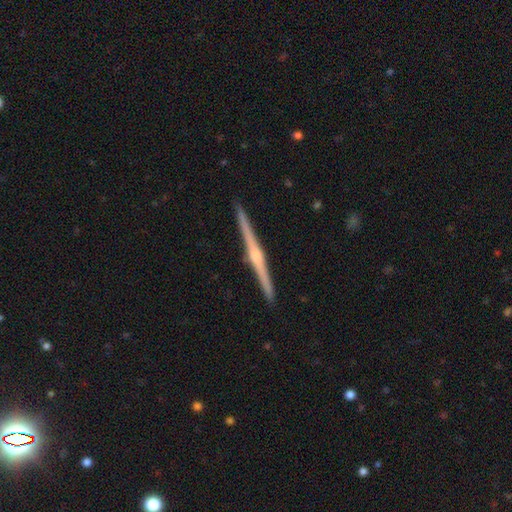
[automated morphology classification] smooth-or-featured: featured or disk: 86% | smooth: 10% | star or artifact: 4%
  disk-edge-on: yes: 99% | no: 1%
    edge-on-bulge: rounded: 80% | boxy: 10% | none: 10%
  merging: none: 93% | minor disturbance: 5% | major disturbance: 1% | merger: 1%